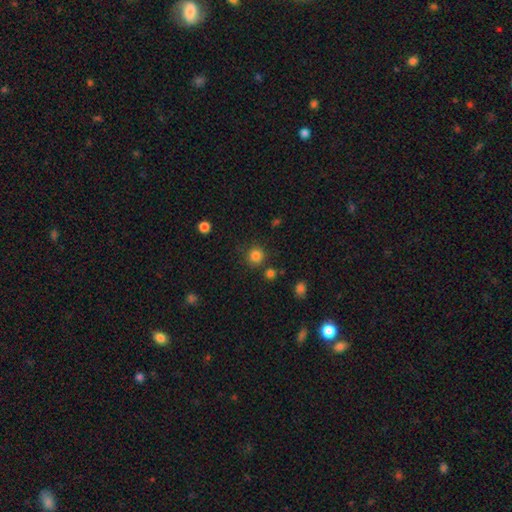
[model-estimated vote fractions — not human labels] This appears to be a smooth galaxy with no disk features (83%) that is round (93%). Merging: none (84%).